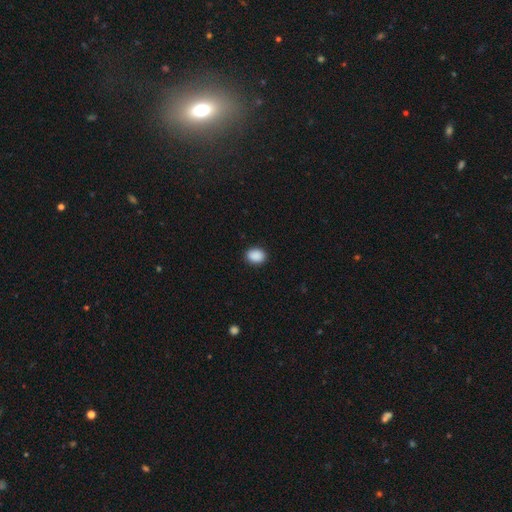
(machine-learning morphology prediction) Smooth or featured?
  - smooth: 90% *
  - star or artifact: 8%
  - featured or disk: 2%
How rounded?
  - in between: 65% *
  - round: 34%
  - cigar-shaped: 1%
Merging?
  - none: 89% *
  - minor disturbance: 8%
  - major disturbance: 2%
  - merger: 1%